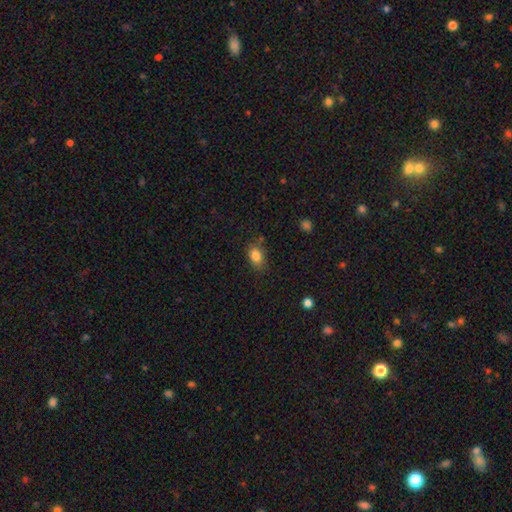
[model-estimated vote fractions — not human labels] Smooth or featured: smooth — 84% (star or artifact — 10%)
How rounded: in between — 77% (round — 22%)
Merging: none — 76% (minor disturbance — 17%)